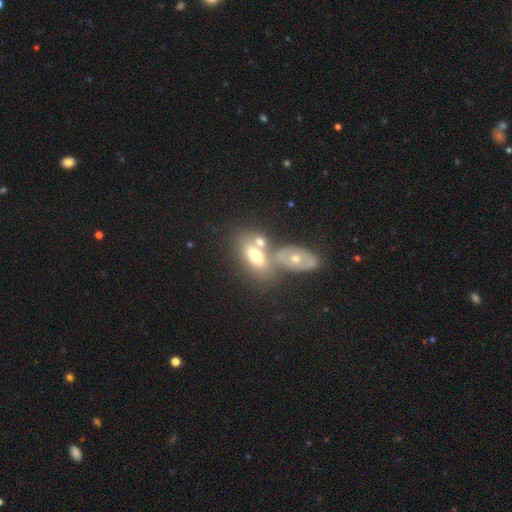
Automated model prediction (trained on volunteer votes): This appears to be a smooth galaxy with no disk features (57%) that is in between round and cigar-shaped (85%). Merging: merger (46%).